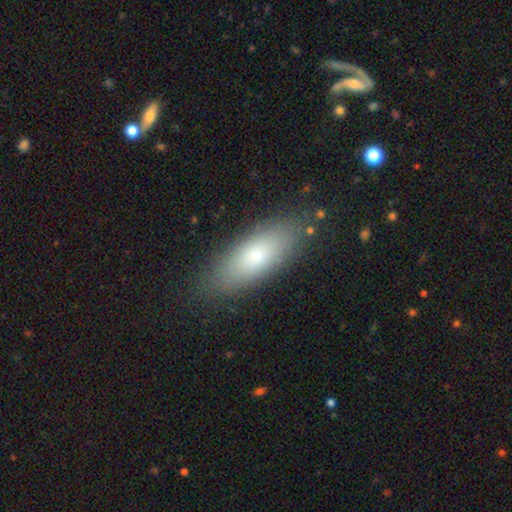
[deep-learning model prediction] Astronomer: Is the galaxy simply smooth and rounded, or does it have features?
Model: smooth — 70%.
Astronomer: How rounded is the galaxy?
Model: in between — 68%.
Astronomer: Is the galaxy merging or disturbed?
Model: none — 85%.